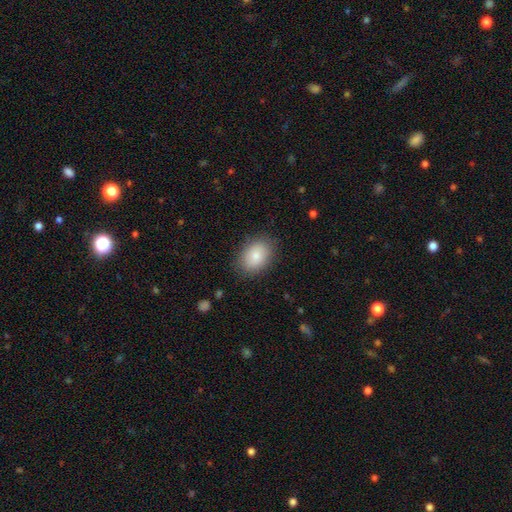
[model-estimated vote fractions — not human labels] The model was most divided on "how rounded": in between: 77%, round: 22%, cigar-shaped: 1%. More confident: smooth or featured — smooth (85%); merging — none (85%).